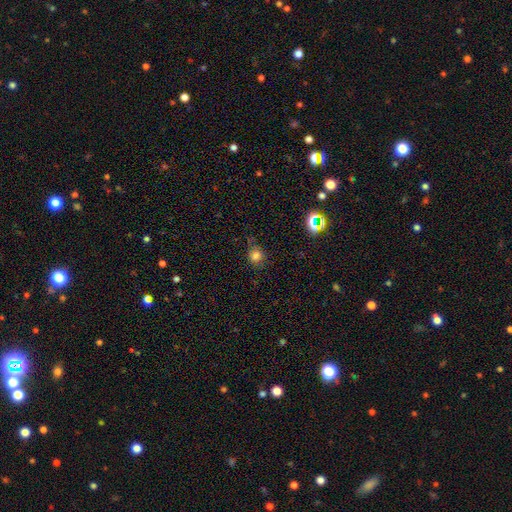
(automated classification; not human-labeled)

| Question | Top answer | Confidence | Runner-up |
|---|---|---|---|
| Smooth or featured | smooth | 77% | star or artifact (17%) |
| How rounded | round | 79% | in between (20%) |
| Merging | none | 66% | minor disturbance (23%) |